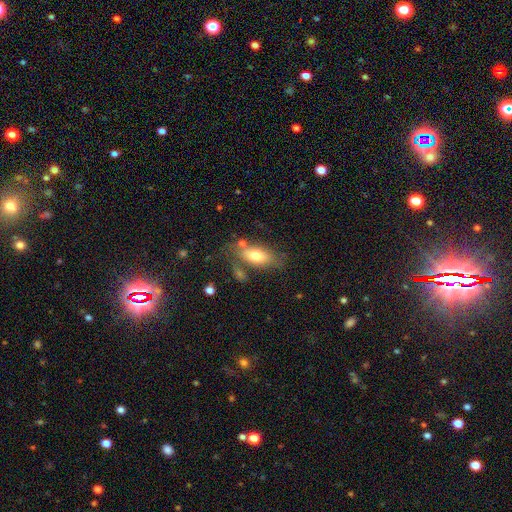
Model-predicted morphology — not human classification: smooth_or_featured: smooth (p=0.71) [alt: featured or disk p=0.21]
how_rounded: in between (p=0.86) [alt: cigar-shaped p=0.09]
merging: none (p=0.57) [alt: minor disturbance p=0.20]